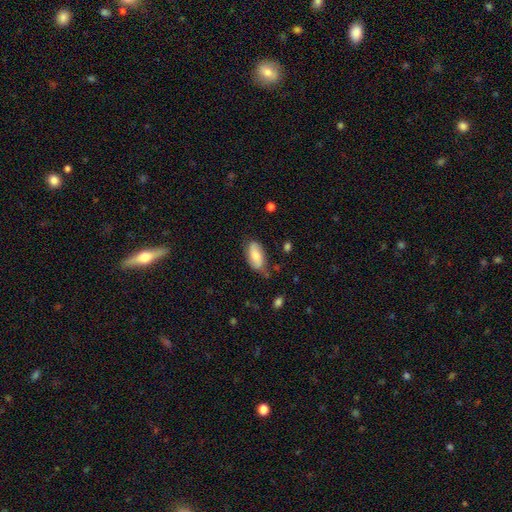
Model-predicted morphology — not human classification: Smooth or featured? Predicted: smooth (p=0.69). How rounded? Predicted: in between (p=0.90). Merging? Predicted: none (p=0.67).